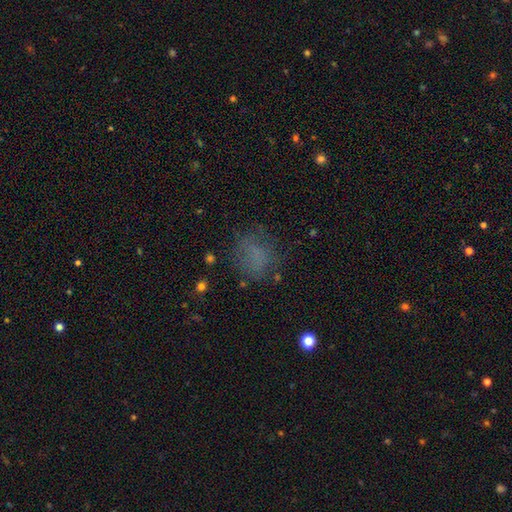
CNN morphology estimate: smooth_or_featured: smooth (p=0.63) [alt: star or artifact p=0.21]
how_rounded: round (p=0.61) [alt: in between p=0.37]
merging: none (p=0.65) [alt: minor disturbance p=0.19]